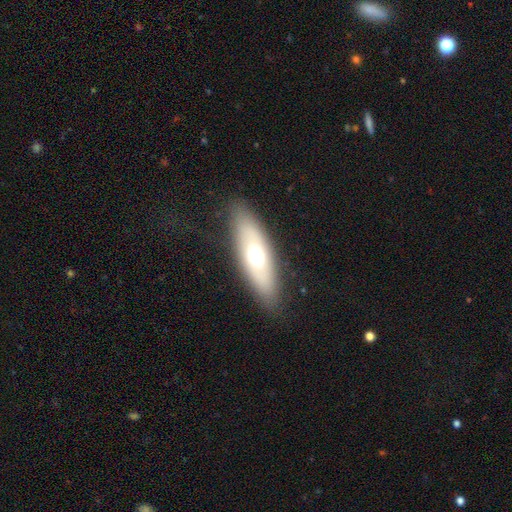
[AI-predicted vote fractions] smooth_or_featured: smooth (p=0.55) [alt: featured or disk p=0.36]
how_rounded: in between (p=0.62) [alt: cigar-shaped p=0.33]
merging: none (p=0.86) [alt: minor disturbance p=0.09]